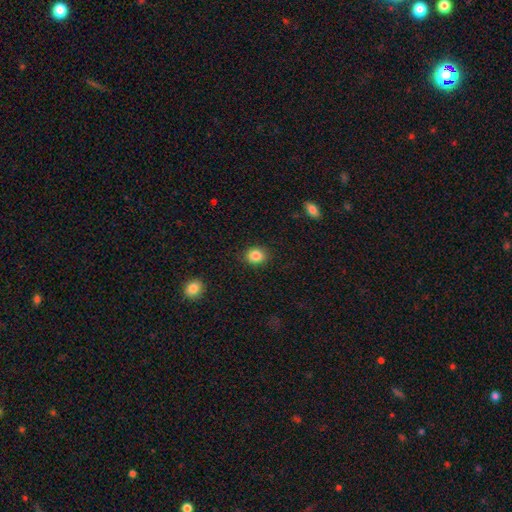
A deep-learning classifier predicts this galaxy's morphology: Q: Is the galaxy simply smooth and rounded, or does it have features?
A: smooth — 85%.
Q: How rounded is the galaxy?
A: round — 64%.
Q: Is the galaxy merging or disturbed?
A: none — 89%.